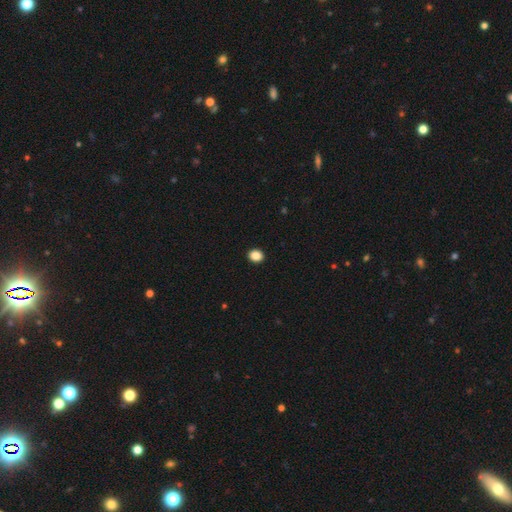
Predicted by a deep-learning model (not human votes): This is clearly a smooth galaxy (88%). How rounded: likely round (67%). Merging: clearly none (93%).